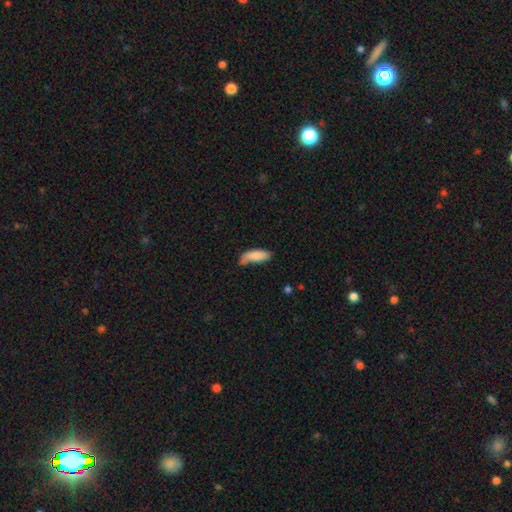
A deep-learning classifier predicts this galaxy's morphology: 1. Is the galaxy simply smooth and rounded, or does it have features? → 83% smooth, 10% featured or disk, 7% star or artifact.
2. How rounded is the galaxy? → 65% in between, 33% cigar-shaped, 2% round.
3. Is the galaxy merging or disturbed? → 47% none, 35% minor disturbance, 11% major disturbance, 7% merger.